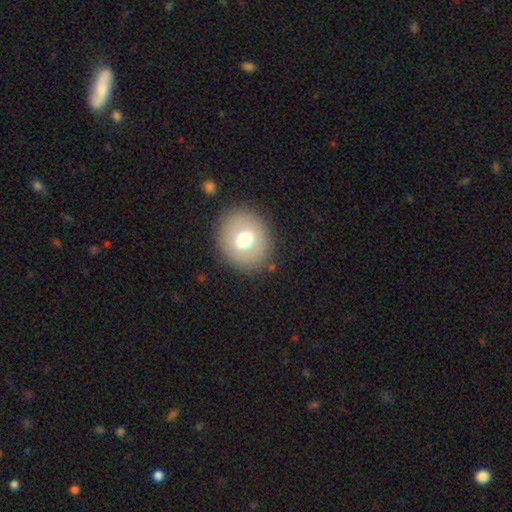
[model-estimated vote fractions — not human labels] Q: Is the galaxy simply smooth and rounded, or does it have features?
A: smooth — 67%.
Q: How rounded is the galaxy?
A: round — 73%.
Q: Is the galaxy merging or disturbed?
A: none — 86%.